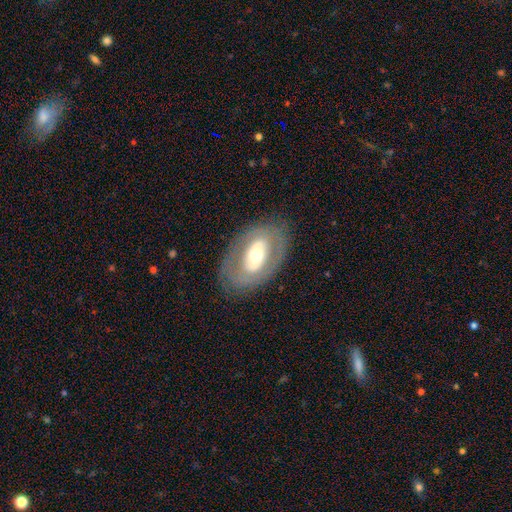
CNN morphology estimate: type=featured or disk (58%); edge-on=no (90%); bar=no (67%); spiral arms=no (79%); bulge=moderate (63%); merging=none (79%).